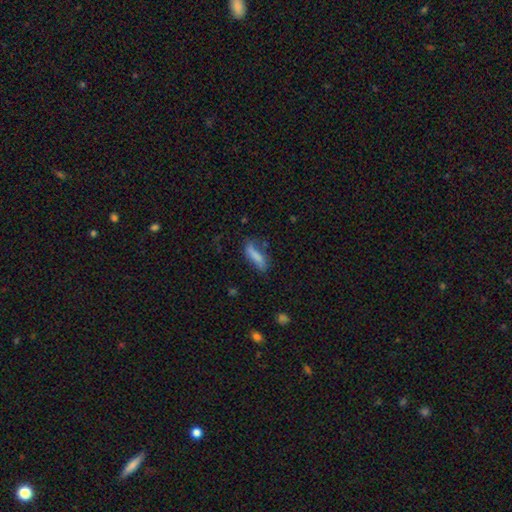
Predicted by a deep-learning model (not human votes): The model was most divided on "how rounded": cigar-shaped: 62%, in between: 36%, round: 2%. More confident: smooth or featured — smooth (77%); merging — none (60%).